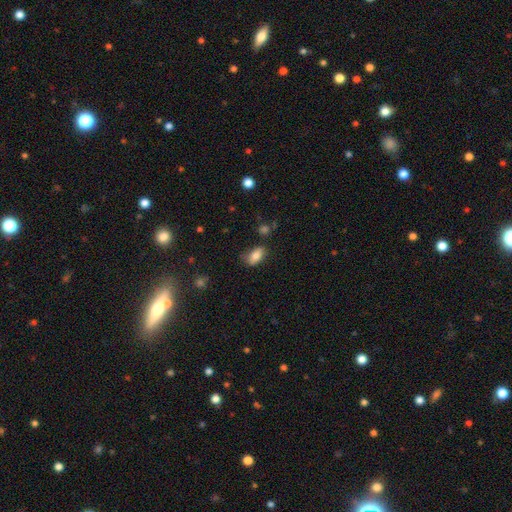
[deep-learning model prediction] This is clearly a smooth galaxy (83%). How rounded: clearly in between (90%). Merging: likely none (66%).